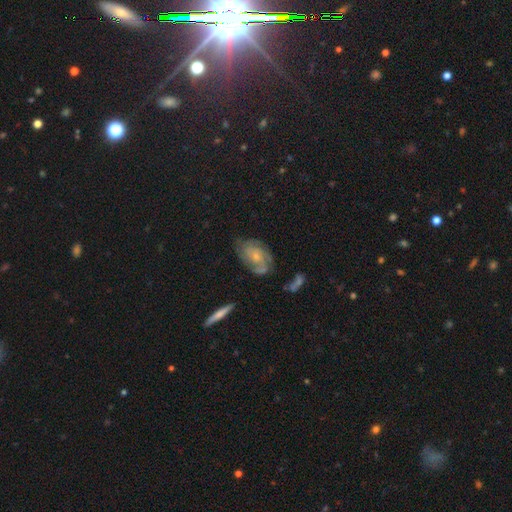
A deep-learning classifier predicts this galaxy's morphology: featured or disk 66%, smooth 27%, star or artifact 7%. Down the decision tree: edge-on disk — no (95%); bar — no (76%); spiral arms — yes (83%); spiral arm count — can't tell (38%); spiral winding — tight (48%); bulge size — small (58%); merging — none (60%).